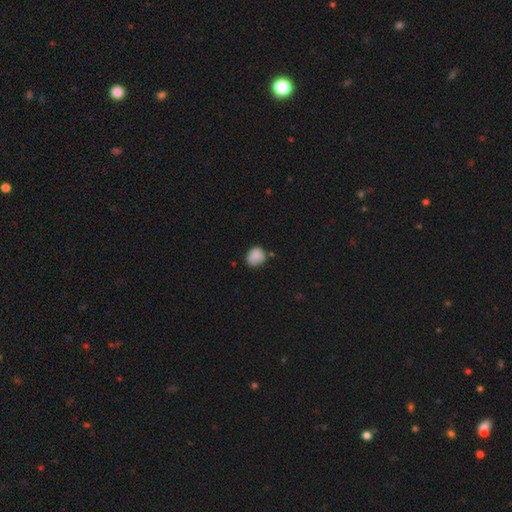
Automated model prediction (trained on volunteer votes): Smooth or featured: smooth — 87% (star or artifact — 9%)
How rounded: round — 72% (in between — 27%)
Merging: none — 71% (minor disturbance — 21%)